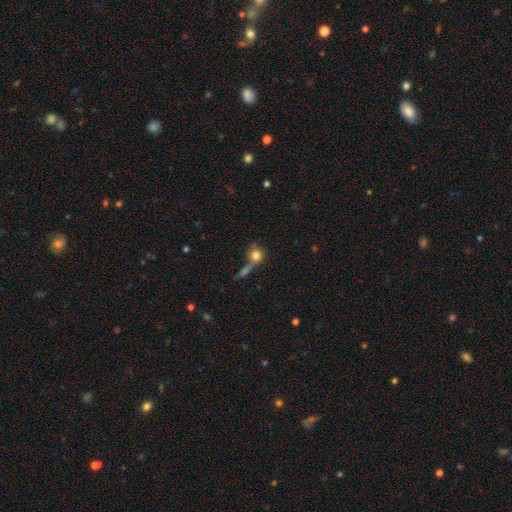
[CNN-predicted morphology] smooth 74%, featured or disk 15%, star or artifact 11%. Down the decision tree: how rounded — round (81%); merging — none (43%).